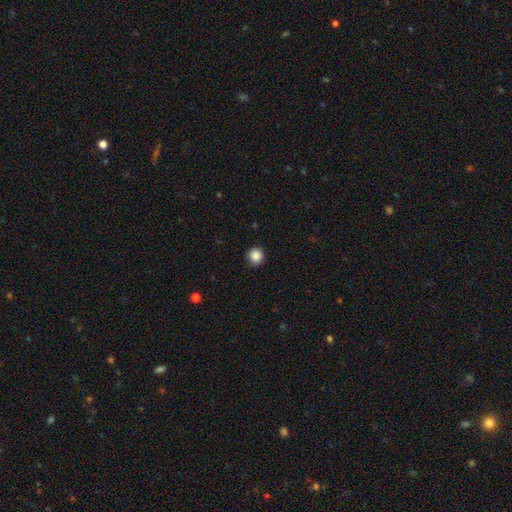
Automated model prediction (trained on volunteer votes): Smooth or featured?
  - smooth: 87% *
  - star or artifact: 10%
  - featured or disk: 3%
How rounded?
  - round: 94% *
  - in between: 5%
  - cigar-shaped: 1%
Merging?
  - none: 91% *
  - minor disturbance: 6%
  - major disturbance: 2%
  - merger: 1%